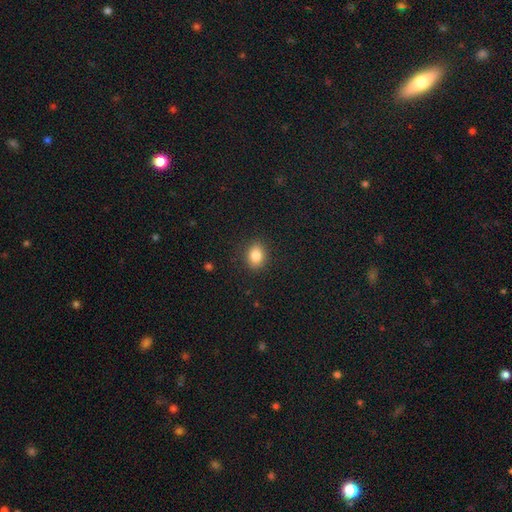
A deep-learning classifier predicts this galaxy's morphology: A smooth galaxy with no disk features (84%) that is in between round and cigar-shaped (58%).

Vote fractions:
- Smooth or featured? smooth: 84% / star or artifact: 10% / featured or disk: 7%
- How rounded? in between: 58% / round: 41% / cigar-shaped: 1%
- Merging? none: 88% / minor disturbance: 8% / major disturbance: 2% / merger: 1%